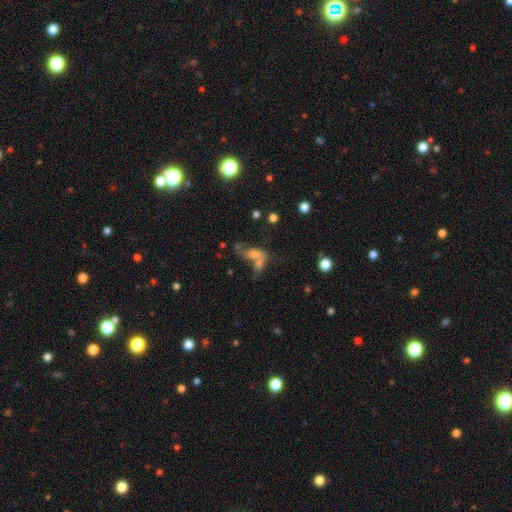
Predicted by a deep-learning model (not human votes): Smooth or featured?
  - smooth: 44% *
  - featured or disk: 41%
  - star or artifact: 15%
Merging?
  - merger: 54% *
  - none: 20%
  - major disturbance: 16%
  - minor disturbance: 10%